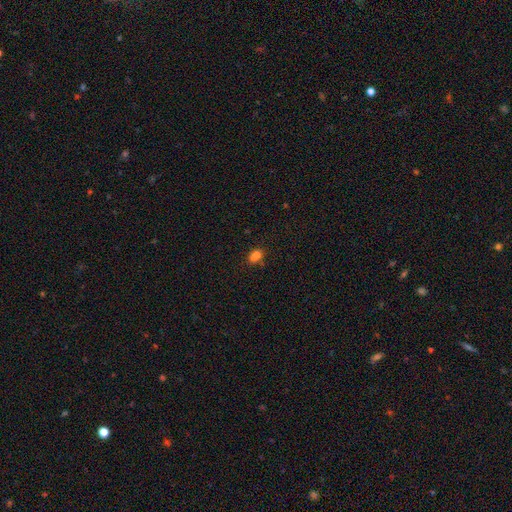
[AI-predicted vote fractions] This appears to be a smooth galaxy with no disk features (75%) that is in between round and cigar-shaped (61%). Merging: none (50%).